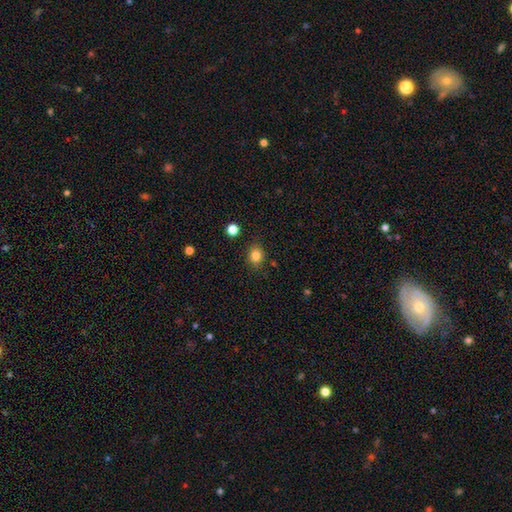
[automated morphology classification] Q: Smooth or featured?
A: smooth (83%); runner-up: star or artifact (11%)
Q: How rounded?
A: round (59%); runner-up: in between (40%)
Q: Merging?
A: none (83%); runner-up: minor disturbance (12%)